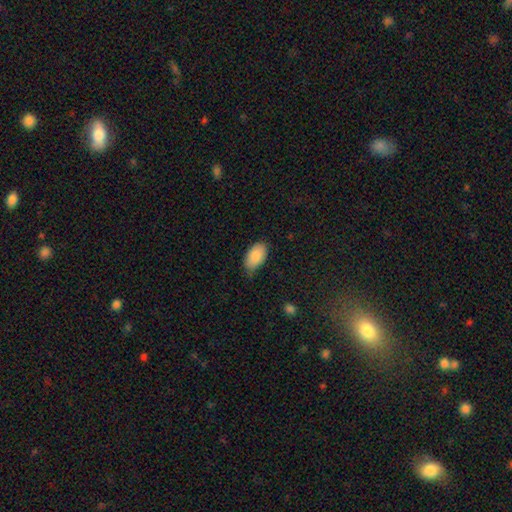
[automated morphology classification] Smooth or featured?
  - smooth: 87% *
  - featured or disk: 6%
  - star or artifact: 6%
How rounded?
  - in between: 95% *
  - round: 3%
  - cigar-shaped: 2%
Merging?
  - none: 71% *
  - minor disturbance: 24%
  - major disturbance: 4%
  - merger: 1%